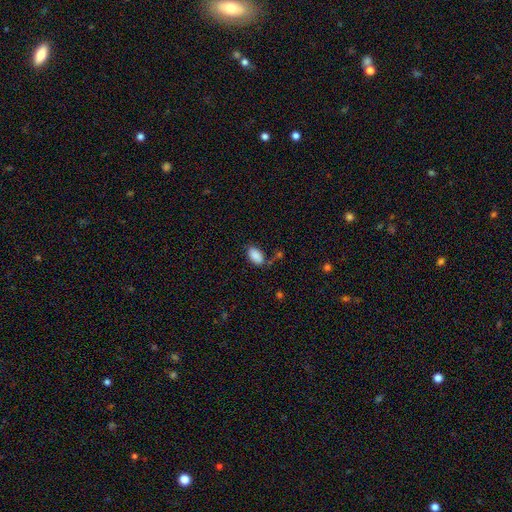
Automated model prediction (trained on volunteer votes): This appears to be a smooth galaxy with no disk features (88%) that is in between round and cigar-shaped (94%). Merging: none (70%).